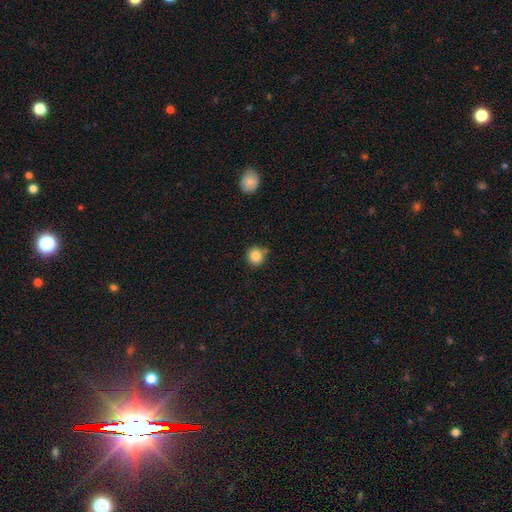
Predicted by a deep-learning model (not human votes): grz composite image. It shows a smooth galaxy with no disk features (85%) that is round (93%). Merging: none (76%).